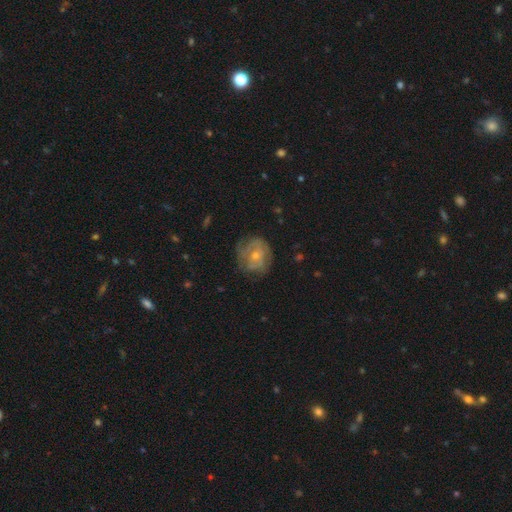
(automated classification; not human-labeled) Morphology: type=featured or disk (60%); edge-on=no (97%); bar=no (79%); spiral arms=yes (67%); bulge=small (55%); merging=none (66%).